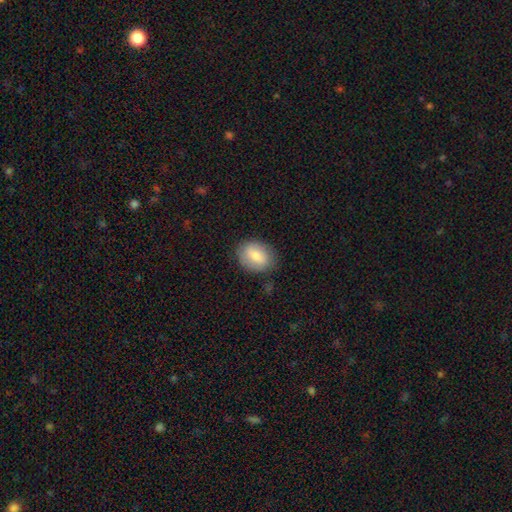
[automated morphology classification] A smooth galaxy with no disk features (75%) that is in between round and cigar-shaped (63%).

Vote fractions:
- Smooth or featured? smooth: 75% / featured or disk: 18% / star or artifact: 7%
- How rounded? in between: 63% / round: 36% / cigar-shaped: 1%
- Merging? none: 79% / minor disturbance: 16% / major disturbance: 4% / merger: 1%